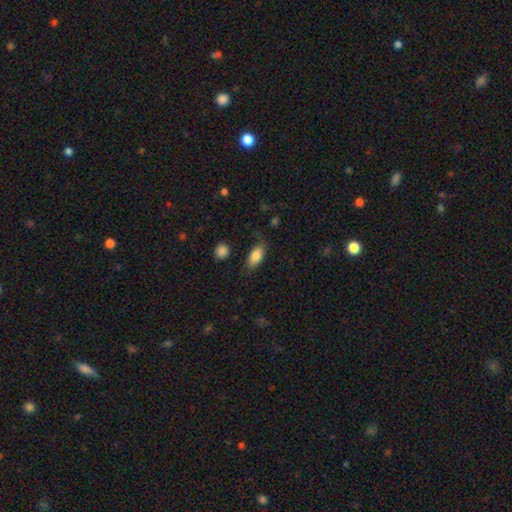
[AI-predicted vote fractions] Smooth or featured? smooth (82%)
How rounded? in between (87%)
Merging? none (70%)